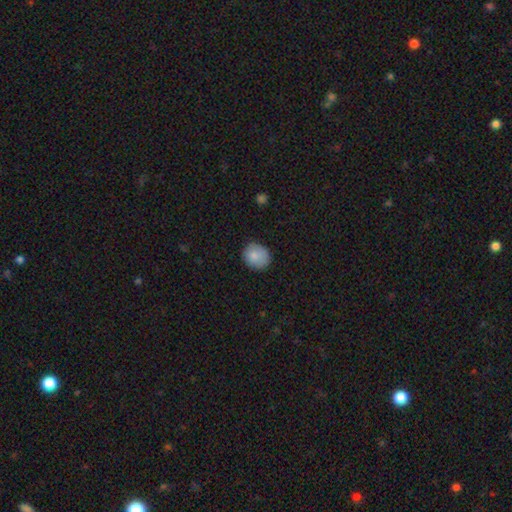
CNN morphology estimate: smooth_or_featured: smooth (p=0.85) [alt: star or artifact p=0.08]
how_rounded: round (p=0.70) [alt: in between p=0.29]
merging: none (p=0.81) [alt: minor disturbance p=0.15]